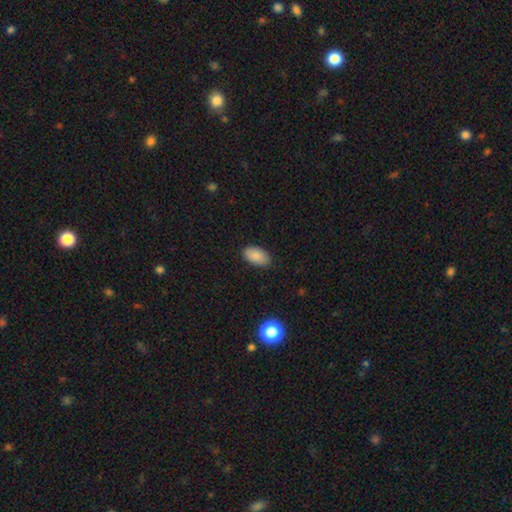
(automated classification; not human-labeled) smooth-or-featured: smooth: 88% | star or artifact: 8% | featured or disk: 4%
  how-rounded: in between: 94% | round: 4% | cigar-shaped: 2%
  merging: none: 86% | minor disturbance: 11% | major disturbance: 2% | merger: 1%